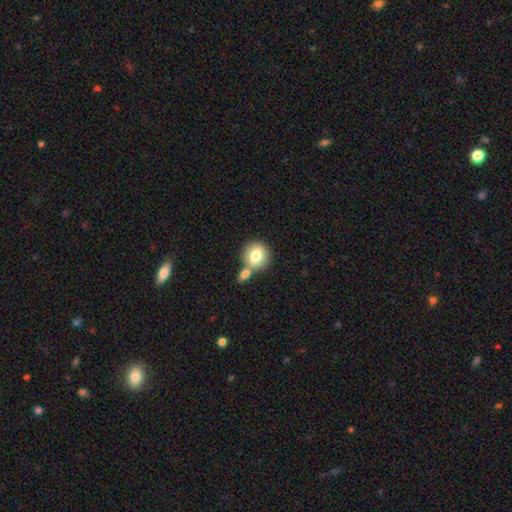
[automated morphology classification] This appears to be a smooth galaxy with no disk features (77%) that is round (85%). Merging: none (50%).